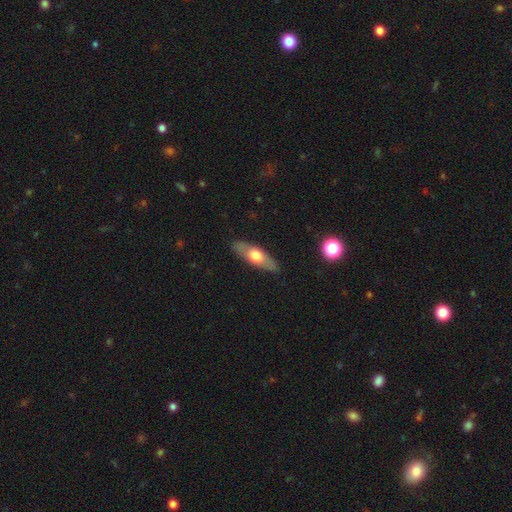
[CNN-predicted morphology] Smooth or featured: smooth — 51% (featured or disk — 43%)
How rounded: in between — 53% (cigar-shaped — 44%)
Merging: none — 86% (minor disturbance — 11%)